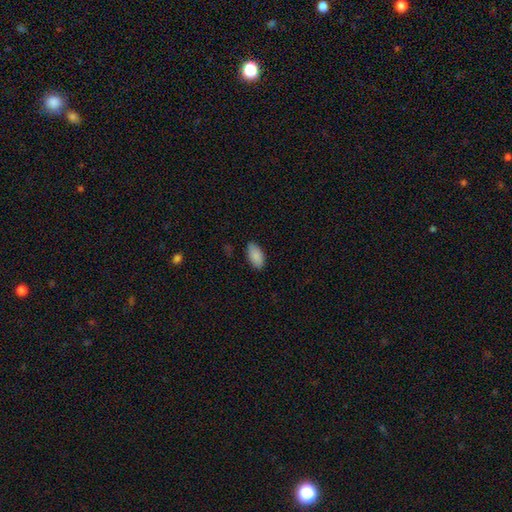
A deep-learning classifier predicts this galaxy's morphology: Q: Smooth or featured?
A: smooth (89%); runner-up: star or artifact (7%)
Q: How rounded?
A: in between (94%); runner-up: cigar-shaped (3%)
Q: Merging?
A: none (82%); runner-up: minor disturbance (14%)